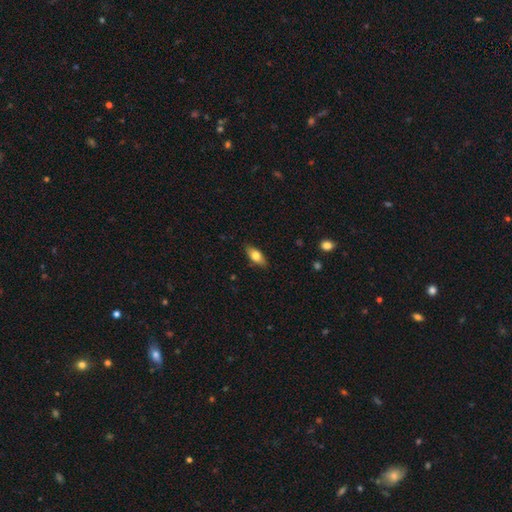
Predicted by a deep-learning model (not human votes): This is likely a smooth galaxy (72%). How rounded: clearly in between (83%). Merging: clearly none (85%).